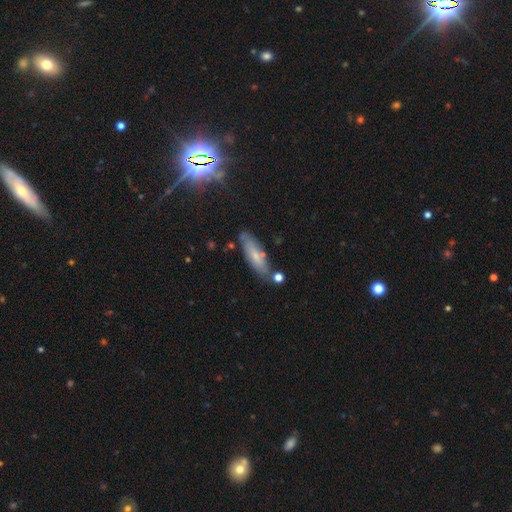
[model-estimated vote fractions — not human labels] A smooth galaxy with no disk features (57%) that is cigar-shaped (57%). Merging: none (73%).